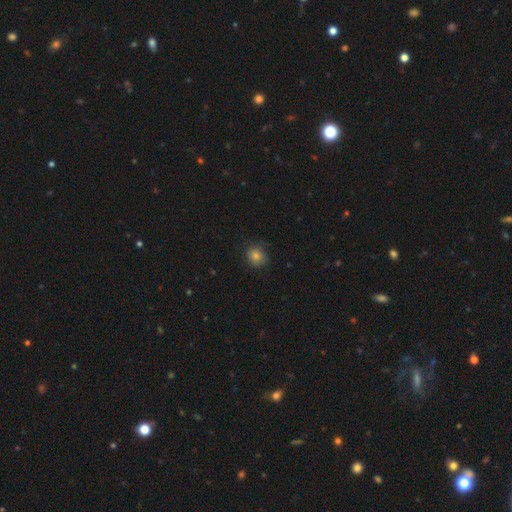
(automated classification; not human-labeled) Q: Smooth or featured?
A: smooth (77%); runner-up: star or artifact (13%)
Q: How rounded?
A: round (83%); runner-up: in between (16%)
Q: Merging?
A: none (76%); runner-up: minor disturbance (17%)